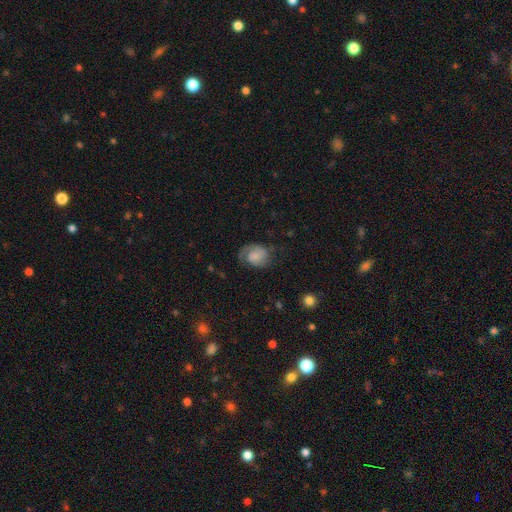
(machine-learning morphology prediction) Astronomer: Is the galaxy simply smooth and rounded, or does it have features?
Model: featured or disk — 49% (runner-up: smooth, 43%).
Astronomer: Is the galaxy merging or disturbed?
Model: none — 52%.